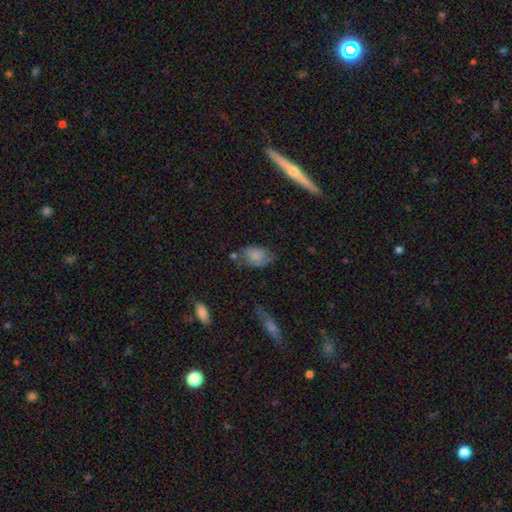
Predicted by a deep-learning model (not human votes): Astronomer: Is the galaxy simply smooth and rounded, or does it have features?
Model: smooth — 71%.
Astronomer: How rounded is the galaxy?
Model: in between — 86%.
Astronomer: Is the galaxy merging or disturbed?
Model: none — 52% (runner-up: minor disturbance, 30%).